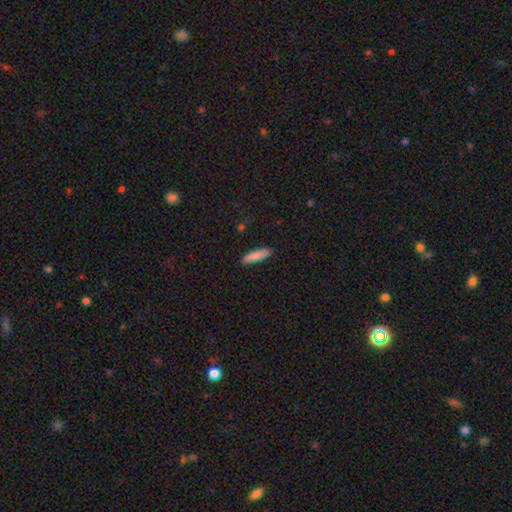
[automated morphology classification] Smooth or featured? Predicted: smooth (p=0.85). How rounded? Predicted: cigar-shaped (p=0.74). Merging? Predicted: none (p=0.89).